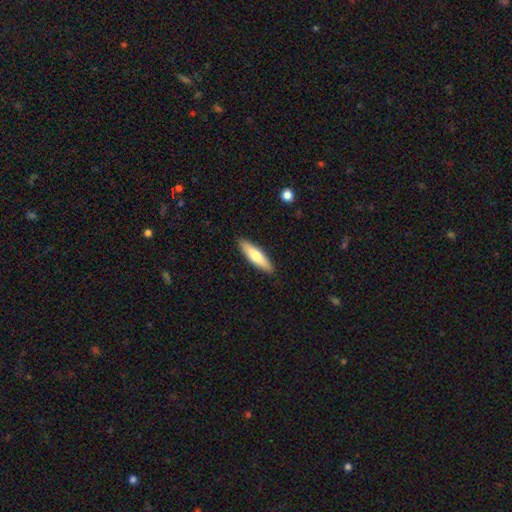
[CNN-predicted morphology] This appears to be a smooth galaxy with no disk features (69%) that is cigar-shaped (68%). Merging: none (90%).